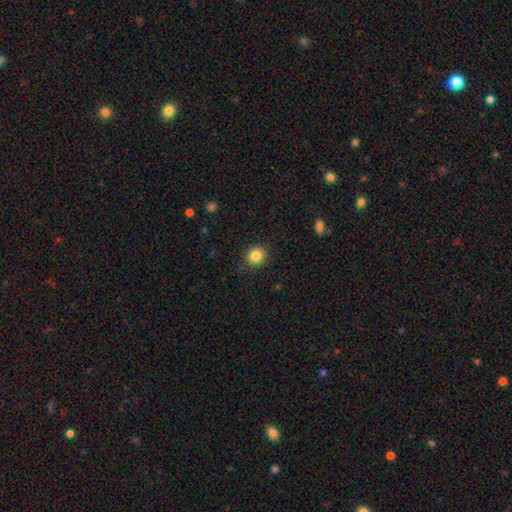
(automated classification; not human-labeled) Smooth or featured? smooth (85%)
How rounded? round (86%)
Merging? none (90%)